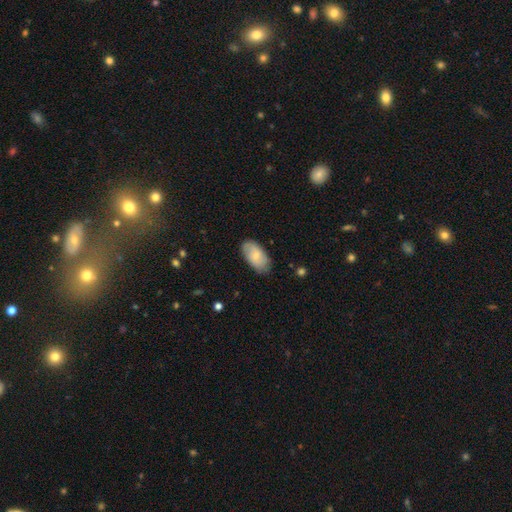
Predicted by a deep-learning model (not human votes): Q: Smooth or featured?
A: smooth (67%); runner-up: featured or disk (27%)
Q: How rounded?
A: in between (94%); runner-up: round (3%)
Q: Merging?
A: none (79%); runner-up: minor disturbance (17%)